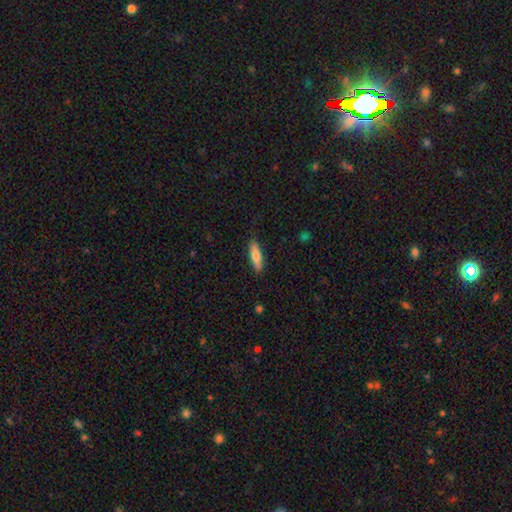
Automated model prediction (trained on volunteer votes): Overall: smooth (74%). How rounded: cigar-shaped (64%; in between 34%). Merging: none (88%).